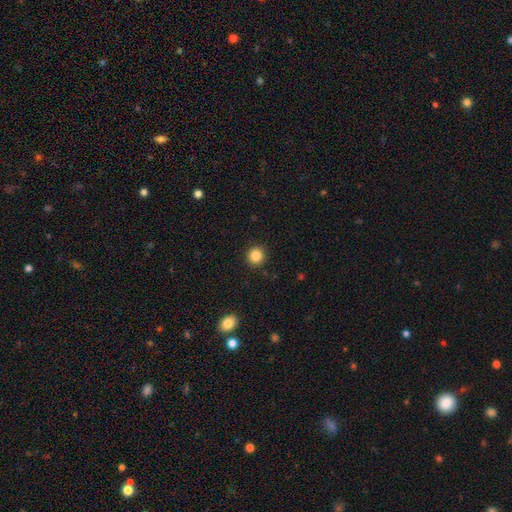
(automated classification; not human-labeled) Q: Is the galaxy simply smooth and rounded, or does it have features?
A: smooth — 85%.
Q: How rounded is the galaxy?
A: round — 92%.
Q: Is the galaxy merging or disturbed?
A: none — 92%.